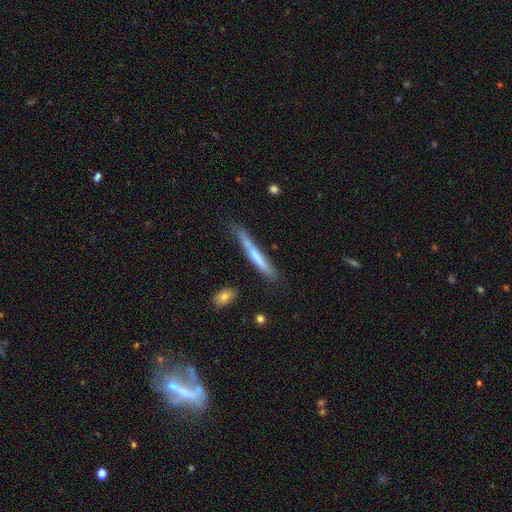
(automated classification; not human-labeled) The model was most divided on "smooth or featured": smooth: 52%, featured or disk: 41%, star or artifact: 7%. More confident: how rounded — cigar-shaped (95%); merging — none (61%).